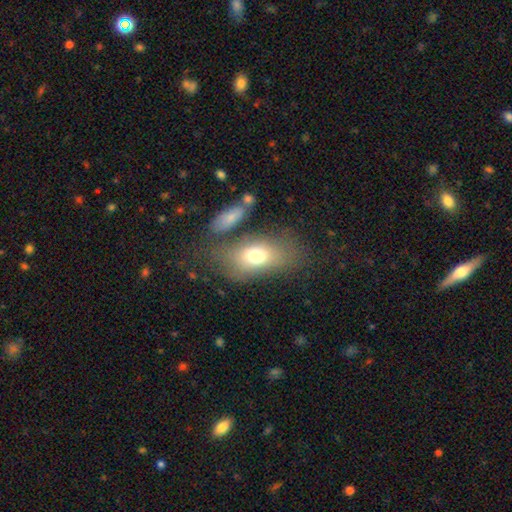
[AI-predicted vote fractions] smooth 70%, featured or disk 20%, star or artifact 11%. Down the decision tree: how rounded — in between (82%); merging — none (60%).